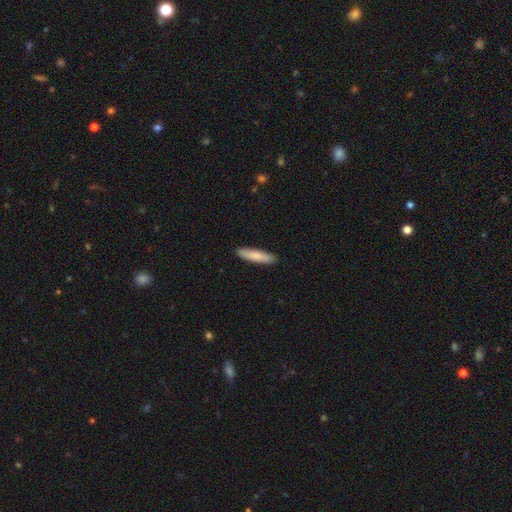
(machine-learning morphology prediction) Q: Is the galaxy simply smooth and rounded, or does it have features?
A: smooth — 82%.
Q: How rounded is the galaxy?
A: cigar-shaped — 82%.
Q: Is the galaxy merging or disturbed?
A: none — 91%.